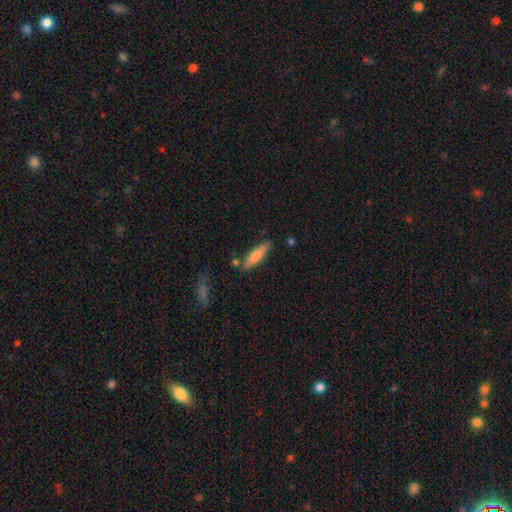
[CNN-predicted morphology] This appears to be a smooth galaxy with no disk features (74%) that is cigar-shaped (65%). Merging: none (77%).